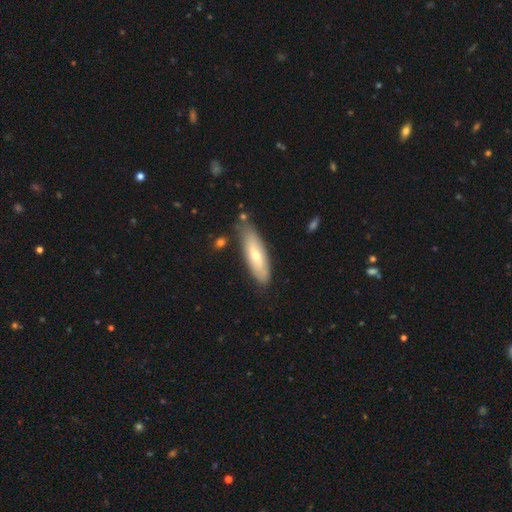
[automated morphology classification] type=smooth (52%); roundness=cigar-shaped (53%); merging=none (78%).